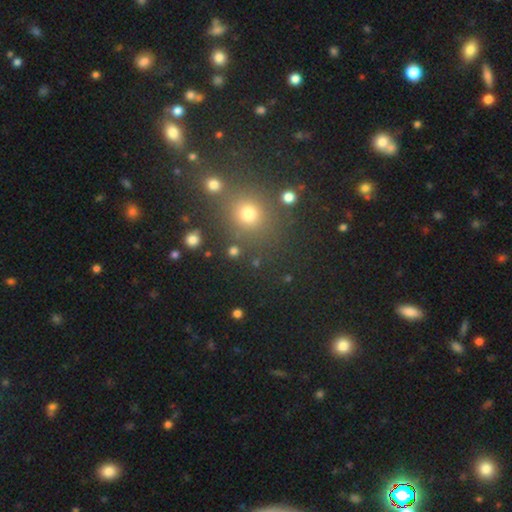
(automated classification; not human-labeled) smooth-or-featured: smooth: 57% | star or artifact: 36% | featured or disk: 7%
  how-rounded: round: 88% | in between: 11% | cigar-shaped: 1%
  merging: none: 81% | minor disturbance: 8% | merger: 7% | major disturbance: 4%